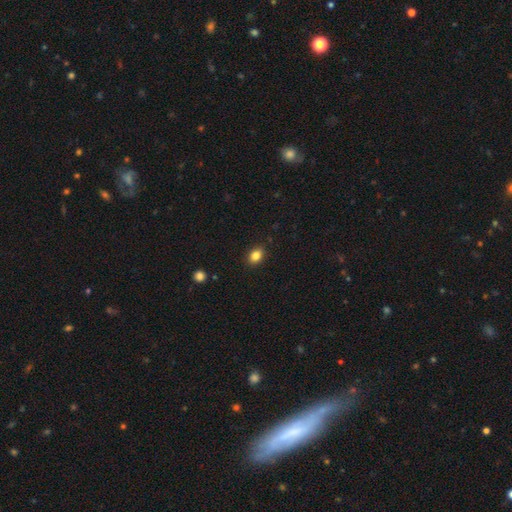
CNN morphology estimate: smooth 84%, star or artifact 10%, featured or disk 6%. Down the decision tree: how rounded — in between (61%); merging — none (89%).